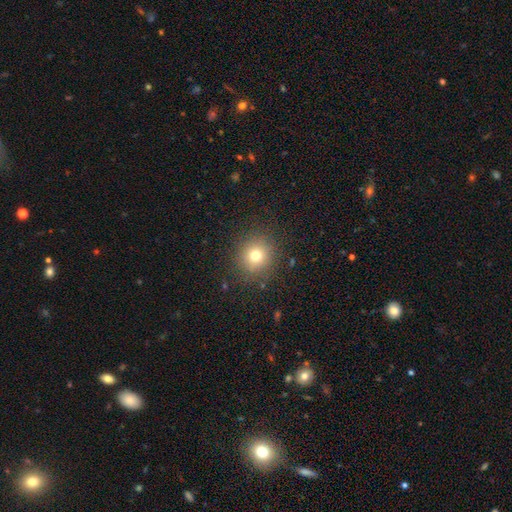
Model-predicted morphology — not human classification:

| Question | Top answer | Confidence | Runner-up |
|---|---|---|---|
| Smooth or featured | smooth | 75% | star or artifact (16%) |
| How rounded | round | 89% | in between (10%) |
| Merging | none | 88% | minor disturbance (8%) |